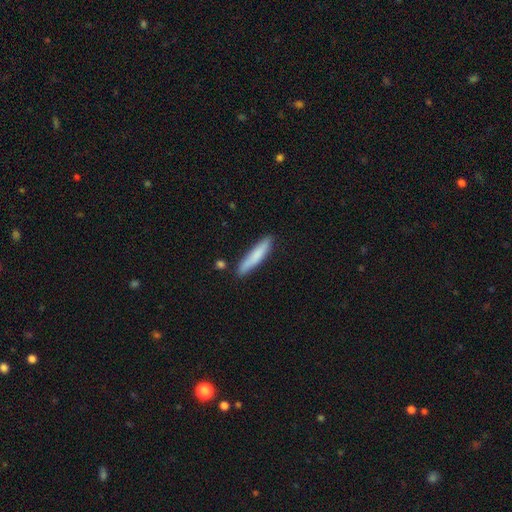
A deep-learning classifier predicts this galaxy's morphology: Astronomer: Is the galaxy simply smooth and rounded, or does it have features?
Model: smooth — 78%.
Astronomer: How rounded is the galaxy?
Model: cigar-shaped — 90%.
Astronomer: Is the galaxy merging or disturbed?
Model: none — 84%.